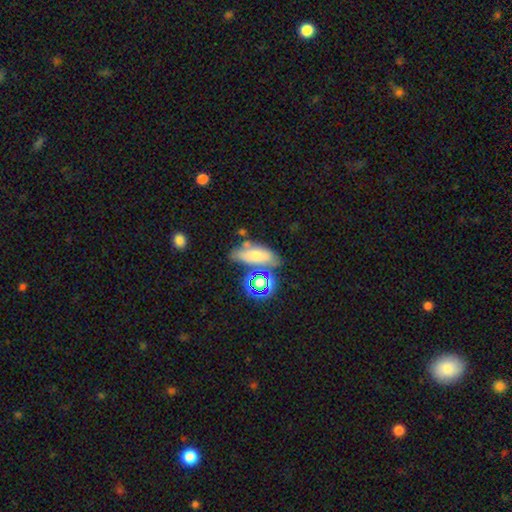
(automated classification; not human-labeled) smooth-or-featured: smooth: 64% | featured or disk: 20% | star or artifact: 16%
  how-rounded: in between: 69% | cigar-shaped: 21% | round: 9%
  merging: none: 56% | minor disturbance: 19% | merger: 17% | major disturbance: 8%